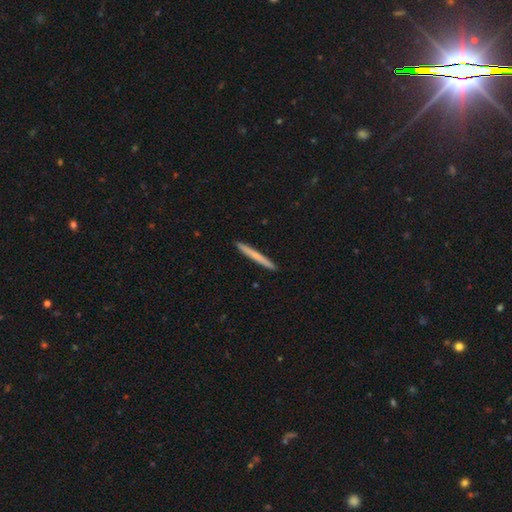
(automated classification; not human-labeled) A smooth galaxy with no disk features (64%) that is cigar-shaped (97%).

Vote fractions:
- Smooth or featured? smooth: 64% / featured or disk: 31% / star or artifact: 5%
- How rounded? cigar-shaped: 97% / in between: 2% / round: 1%
- Merging? none: 93% / minor disturbance: 5% / major disturbance: 1% / merger: 1%